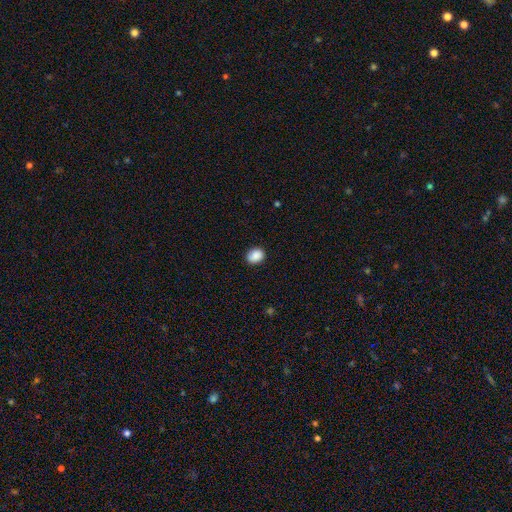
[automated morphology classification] smooth_or_featured: smooth (p=0.89) [alt: star or artifact p=0.08]
how_rounded: in between (p=0.57) [alt: round p=0.42]
merging: none (p=0.87) [alt: minor disturbance p=0.09]